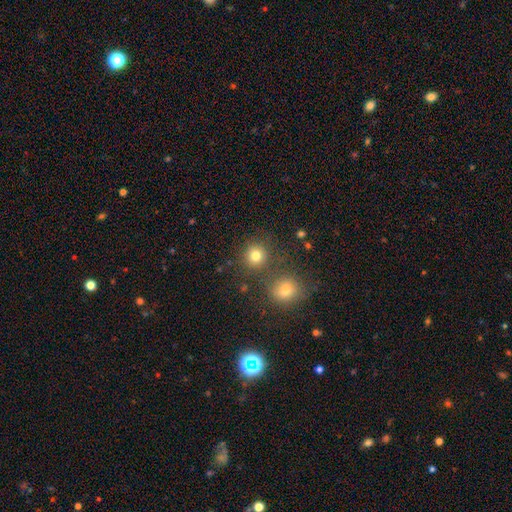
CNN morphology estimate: smooth_or_featured: smooth (p=0.79) [alt: star or artifact p=0.15]
how_rounded: round (p=0.91) [alt: in between p=0.08]
merging: none (p=0.77) [alt: merger p=0.12]